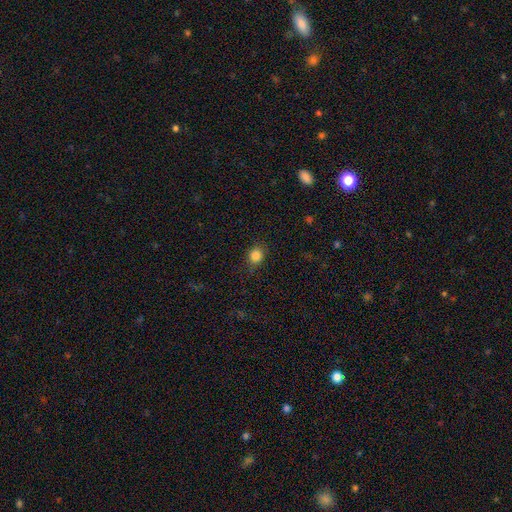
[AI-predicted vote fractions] Q: Smooth or featured?
A: smooth (84%); runner-up: star or artifact (11%)
Q: How rounded?
A: round (77%); runner-up: in between (22%)
Q: Merging?
A: none (82%); runner-up: minor disturbance (14%)